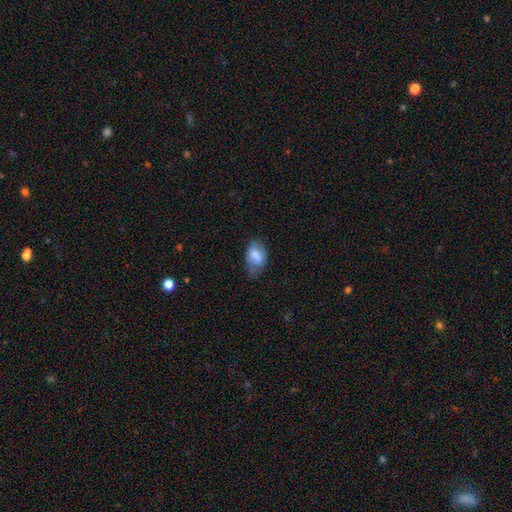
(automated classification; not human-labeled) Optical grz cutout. It shows a smooth galaxy with no disk features (71%) that is in between round and cigar-shaped (90%). Merging: none (51%).